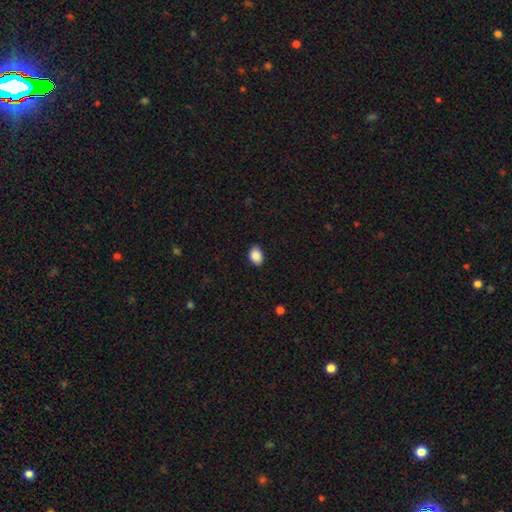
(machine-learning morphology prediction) Q: Smooth or featured?
A: smooth (89%); runner-up: star or artifact (8%)
Q: How rounded?
A: in between (75%); runner-up: round (24%)
Q: Merging?
A: none (87%); runner-up: minor disturbance (10%)